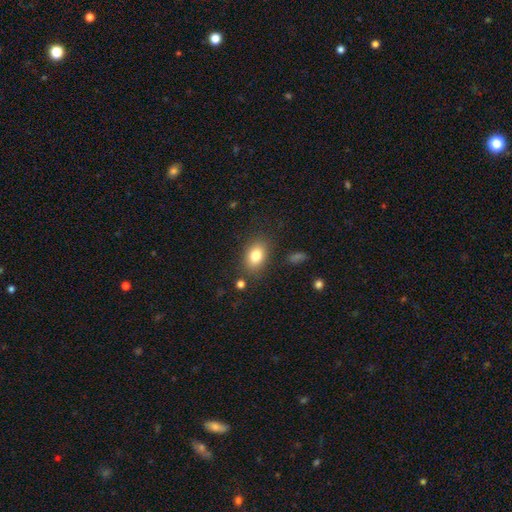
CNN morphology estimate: A smooth galaxy with no disk features (81%) that is in between round and cigar-shaped (78%). Merging: none (82%).